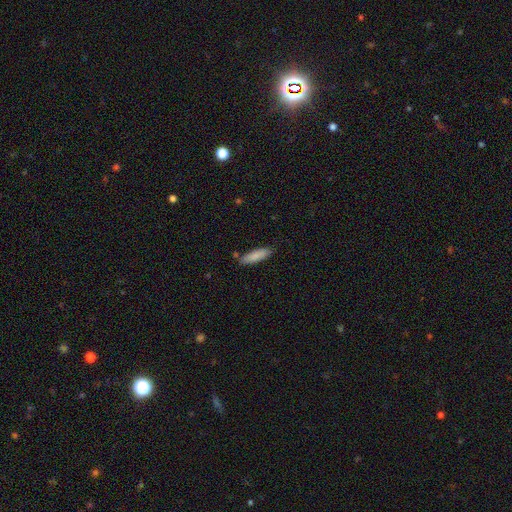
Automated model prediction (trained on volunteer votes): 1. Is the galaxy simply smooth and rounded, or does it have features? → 85% smooth, 9% featured or disk, 6% star or artifact.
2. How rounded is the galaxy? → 64% cigar-shaped, 34% in between, 1% round.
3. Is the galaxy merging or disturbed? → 82% none, 12% minor disturbance, 3% merger, 2% major disturbance.